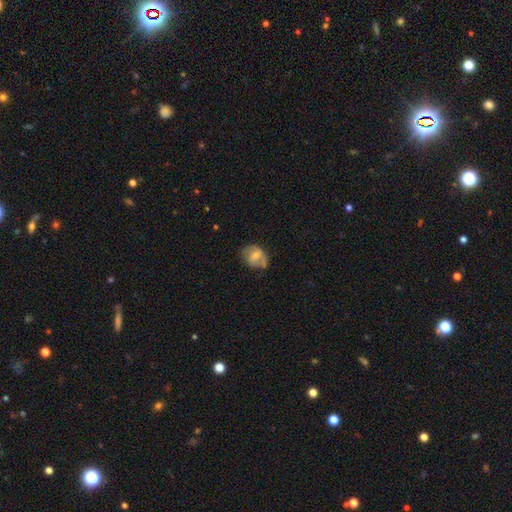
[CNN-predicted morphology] The model was most divided on "how rounded": round: 52%, in between: 47%, cigar-shaped: 1%. Remaining: smooth or featured — smooth (53%); merging — none (45%).